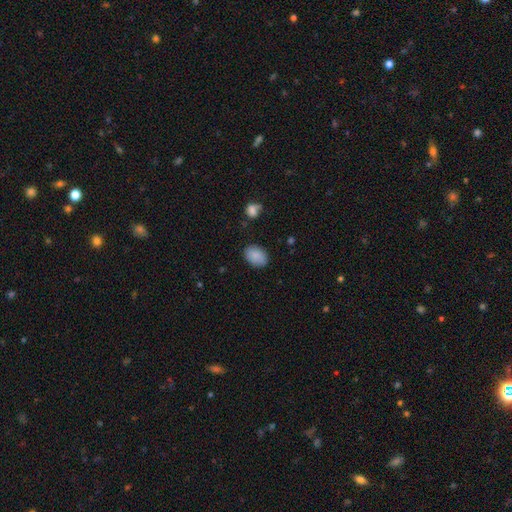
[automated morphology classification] Overall: smooth (88%). How rounded: in between (82%). Merging: none (84%).